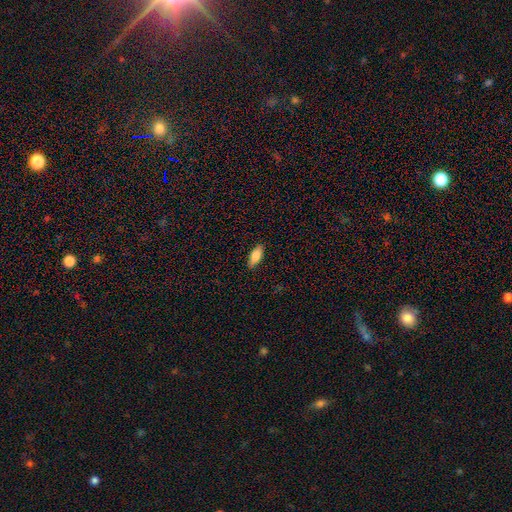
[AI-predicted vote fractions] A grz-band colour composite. It shows a smooth galaxy with no disk features (80%) that is in between round and cigar-shaped (81%). Merging: none (88%).